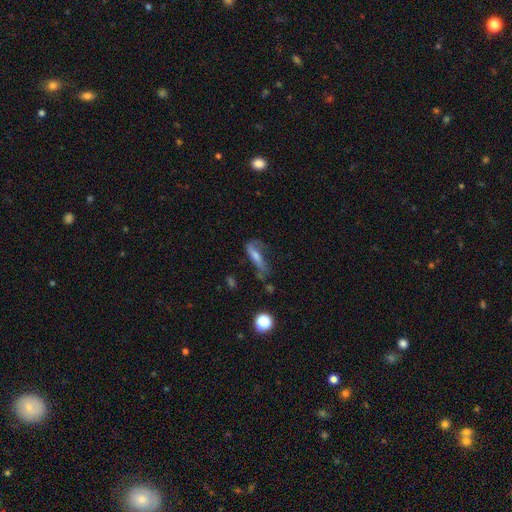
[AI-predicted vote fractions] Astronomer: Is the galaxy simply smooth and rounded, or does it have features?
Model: featured or disk — 51% (runner-up: smooth, 37%).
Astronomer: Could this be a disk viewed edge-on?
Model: no — 61% (runner-up: yes, 39%).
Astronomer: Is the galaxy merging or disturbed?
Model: none — 44% (runner-up: minor disturbance, 26%).